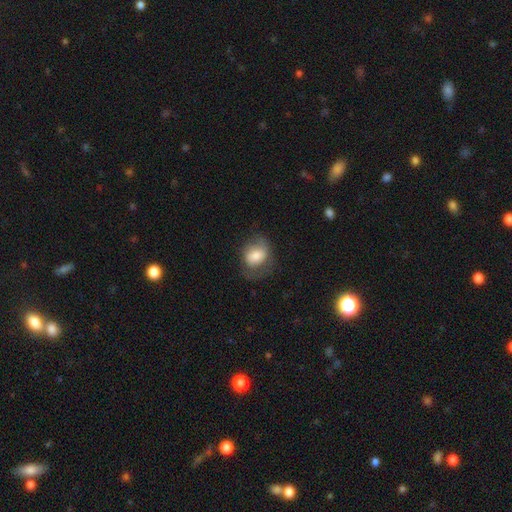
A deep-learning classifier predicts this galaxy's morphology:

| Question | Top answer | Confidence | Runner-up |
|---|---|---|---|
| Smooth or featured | smooth | 68% | featured or disk (25%) |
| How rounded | in between | 54% | round (45%) |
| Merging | none | 53% | minor disturbance (26%) |